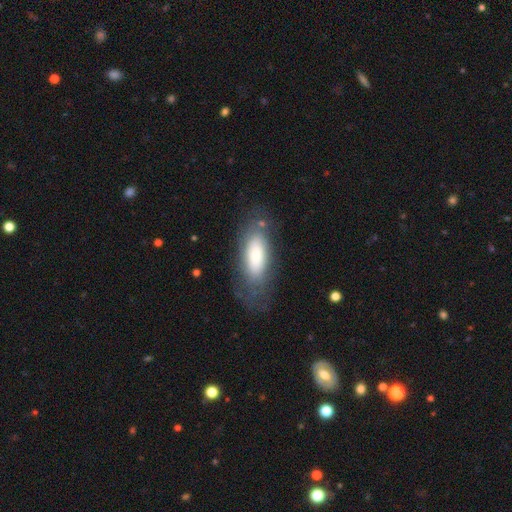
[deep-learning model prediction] Smooth or featured? smooth (66%)
How rounded? in between (77%)
Merging? none (64%)